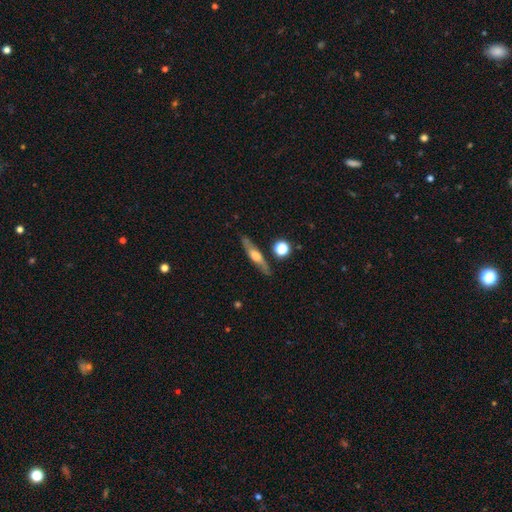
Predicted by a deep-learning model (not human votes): Q: Smooth or featured?
A: featured or disk (57%); runner-up: smooth (36%)
Q: Edge-on disk?
A: yes (85%); runner-up: no (15%)
Q: Merging?
A: none (81%); runner-up: minor disturbance (12%)